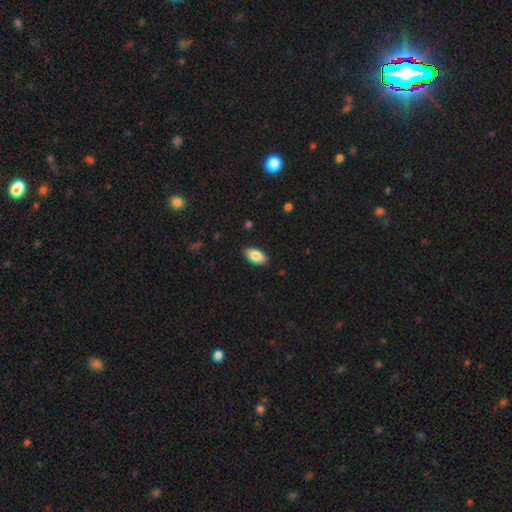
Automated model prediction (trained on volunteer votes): Morphology: type=smooth (86%); roundness=in between (93%); merging=none (87%).